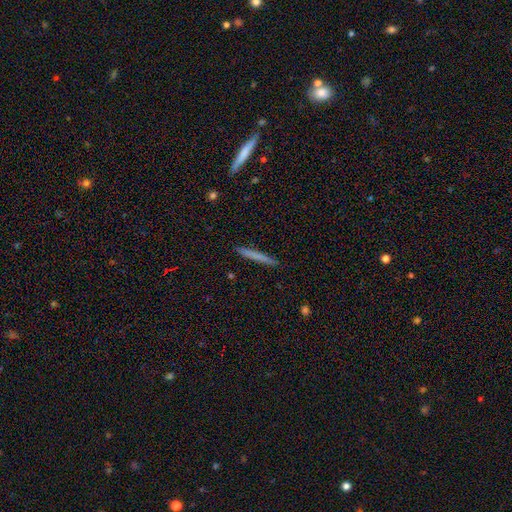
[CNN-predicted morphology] Smooth or featured: smooth — 68% (featured or disk — 26%)
How rounded: cigar-shaped — 97% (in between — 2%)
Merging: none — 91% (minor disturbance — 7%)